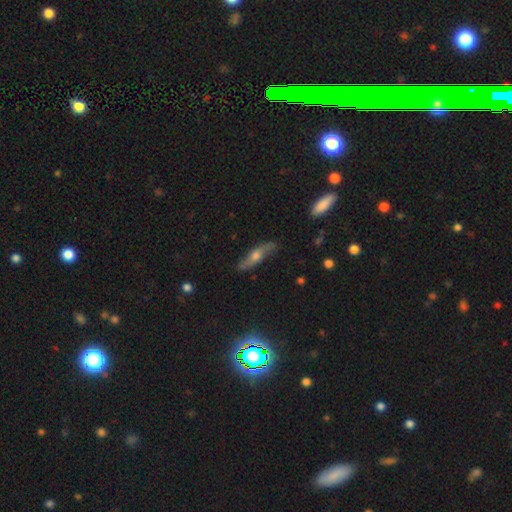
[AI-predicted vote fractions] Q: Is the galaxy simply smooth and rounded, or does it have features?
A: featured or disk — 60%.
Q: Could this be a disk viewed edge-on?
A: yes — 63%.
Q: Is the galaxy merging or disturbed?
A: none — 80%.